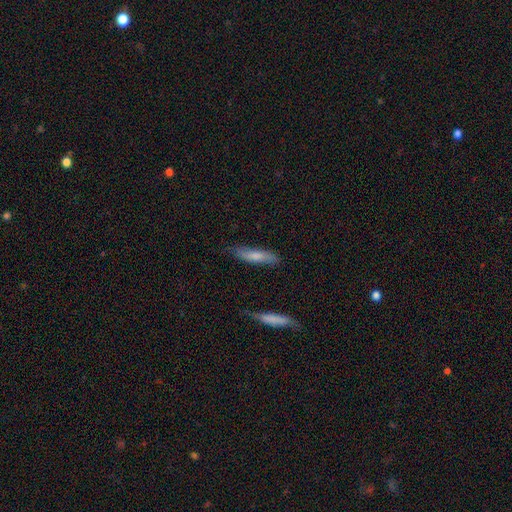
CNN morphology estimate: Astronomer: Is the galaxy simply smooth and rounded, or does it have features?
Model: smooth — 71%.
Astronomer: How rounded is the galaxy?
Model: cigar-shaped — 74%.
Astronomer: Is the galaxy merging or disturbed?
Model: none — 76%.